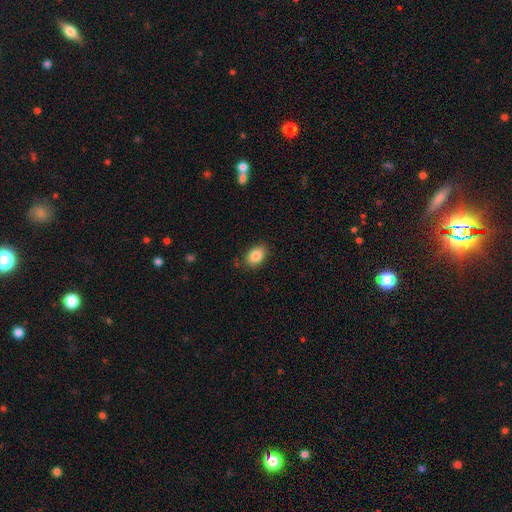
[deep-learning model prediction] Overall: smooth (87%). How rounded: in between (84%). Merging: none (84%).